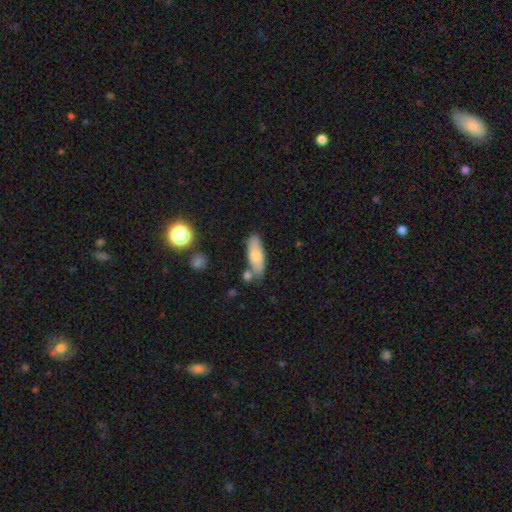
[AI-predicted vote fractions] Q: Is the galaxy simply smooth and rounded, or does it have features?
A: smooth — 69%.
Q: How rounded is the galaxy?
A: in between — 61%.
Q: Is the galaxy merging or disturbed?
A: none — 74%.